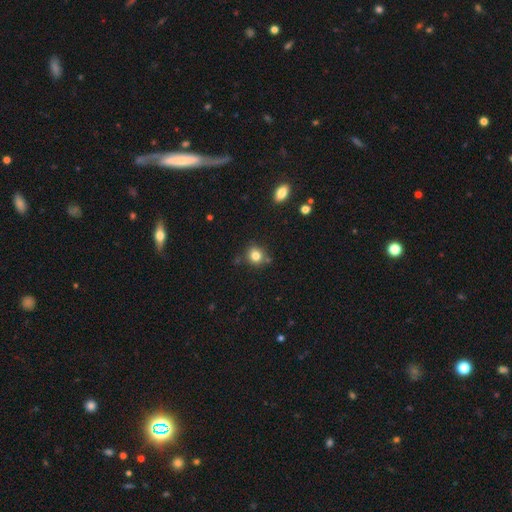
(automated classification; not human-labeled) A smooth galaxy with no disk features (81%) that is round (81%).

Vote fractions:
- Smooth or featured? smooth: 81% / star or artifact: 12% / featured or disk: 7%
- How rounded? round: 81% / in between: 18% / cigar-shaped: 1%
- Merging? none: 74% / minor disturbance: 15% / merger: 7% / major disturbance: 3%